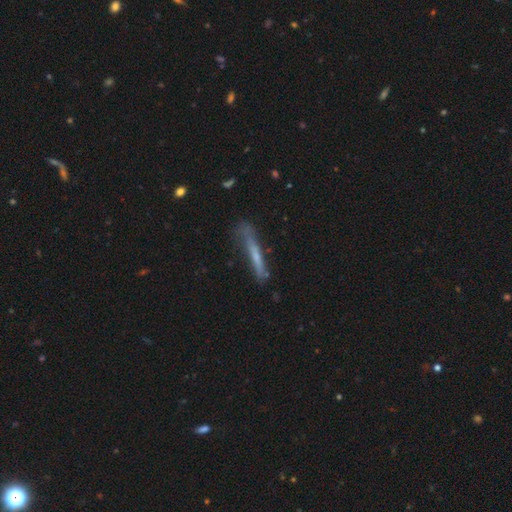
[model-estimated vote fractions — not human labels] The model was most divided on "smooth or featured": featured or disk: 46%, smooth: 45%, star or artifact: 9%. More confident: merging — none (63%).